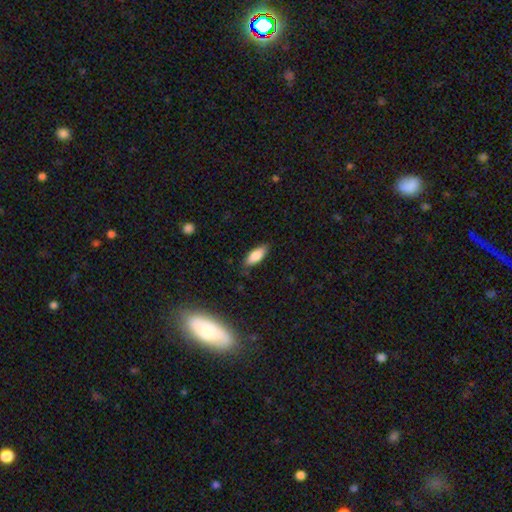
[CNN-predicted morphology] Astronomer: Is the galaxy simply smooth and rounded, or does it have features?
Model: smooth — 83%.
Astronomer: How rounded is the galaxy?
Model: in between — 76%.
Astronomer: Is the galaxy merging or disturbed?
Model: none — 82%.